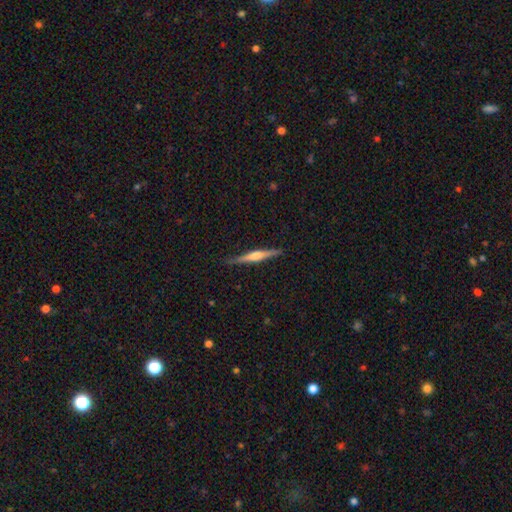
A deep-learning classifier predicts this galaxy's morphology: Smooth or featured?
  - featured or disk: 67% *
  - smooth: 27%
  - star or artifact: 6%
Edge-on disk?
  - yes: 98% *
  - no: 2%
Edge-on bulge?
  - rounded: 75% *
  - boxy: 15%
  - none: 11%
Merging?
  - none: 89% *
  - minor disturbance: 9%
  - major disturbance: 2%
  - merger: 1%